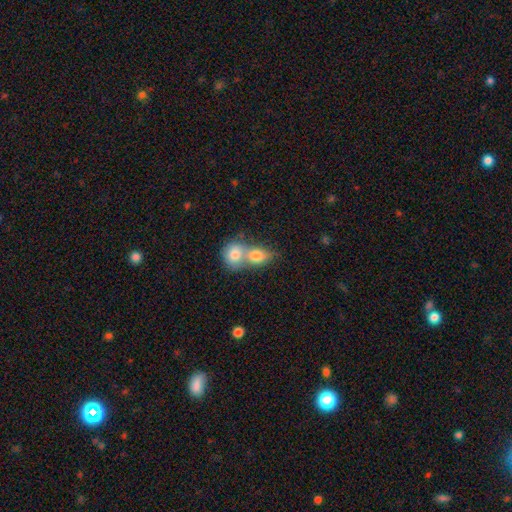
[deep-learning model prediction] smooth-or-featured: smooth: 77% | featured or disk: 15% | star or artifact: 9%
  how-rounded: in between: 49% | round: 48% | cigar-shaped: 3%
  merging: merger: 69% | none: 22% | minor disturbance: 6% | major disturbance: 3%